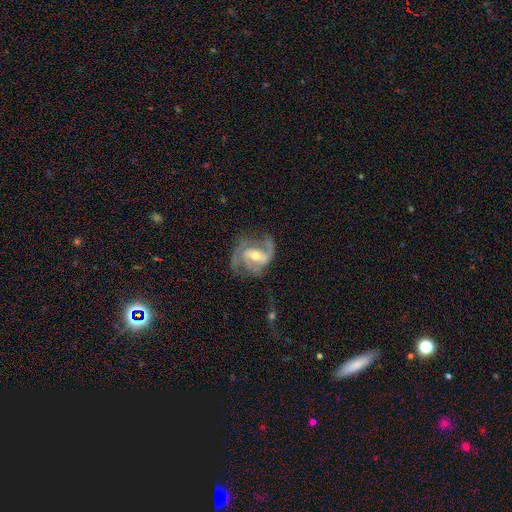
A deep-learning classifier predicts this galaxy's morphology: A featured or disk galaxy (88%) with a weak bar (44%), 2 (59%) medium (50%) spiral arms (96%) and a moderate central bulge (64%). Merging: none (57%).